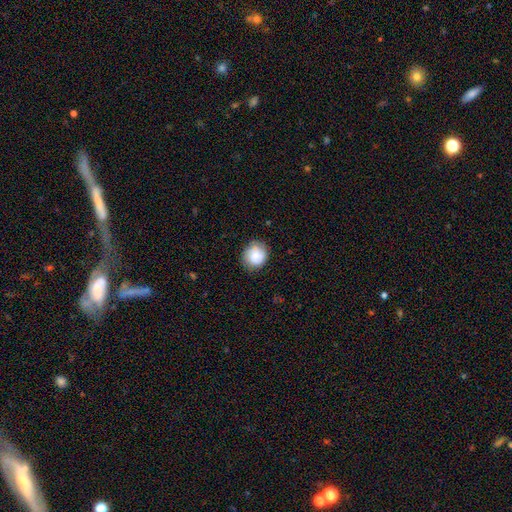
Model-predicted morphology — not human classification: The model was most divided on "merging": none: 80%, minor disturbance: 16%, major disturbance: 4%, merger: 1%. More confident: how rounded — round (83%); smooth or featured — smooth (80%).